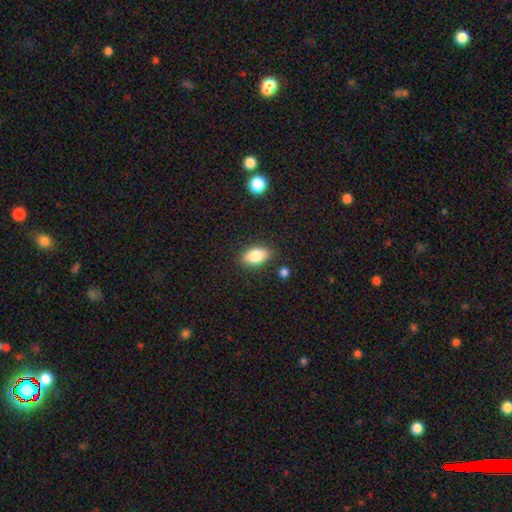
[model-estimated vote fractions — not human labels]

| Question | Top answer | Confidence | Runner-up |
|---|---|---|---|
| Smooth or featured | smooth | 83% | featured or disk (9%) |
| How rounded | in between | 90% | round (6%) |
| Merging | none | 84% | minor disturbance (11%) |